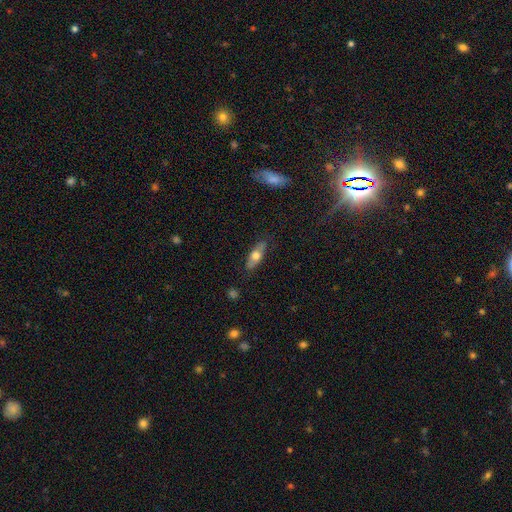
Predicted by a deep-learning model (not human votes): The model was most divided on "smooth or featured": smooth: 59%, featured or disk: 34%, star or artifact: 6%. More confident: merging — none (82%); how rounded — in between (67%).